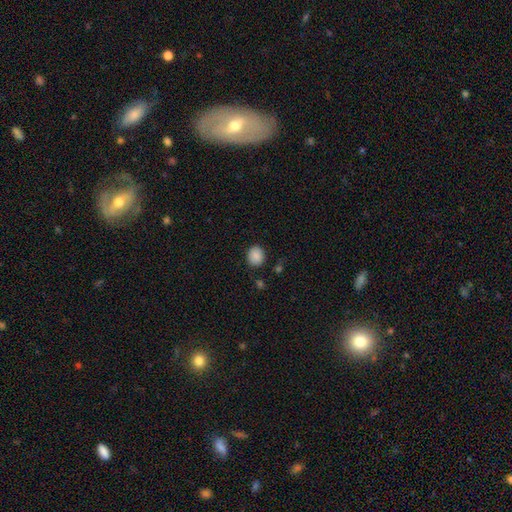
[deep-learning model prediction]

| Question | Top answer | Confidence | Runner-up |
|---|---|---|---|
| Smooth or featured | smooth | 88% | star or artifact (9%) |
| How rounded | round | 69% | in between (30%) |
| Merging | none | 85% | minor disturbance (10%) |